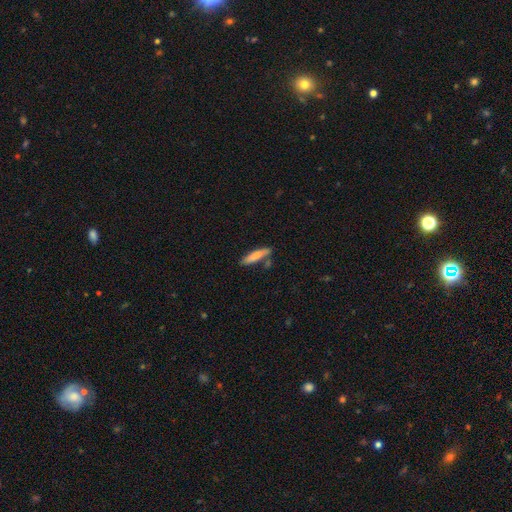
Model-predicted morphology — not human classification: A smooth galaxy with no disk features (73%) that is cigar-shaped (79%). Merging: none (70%).